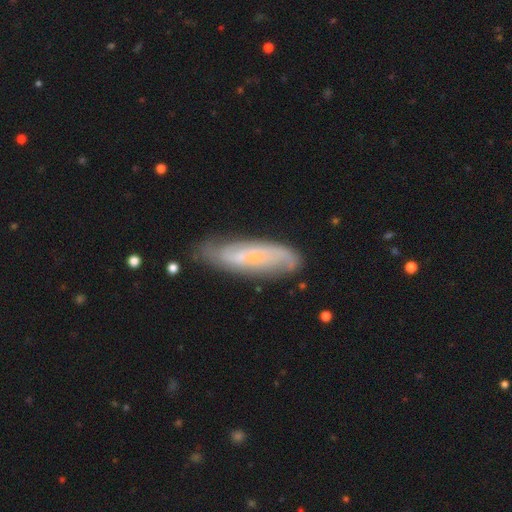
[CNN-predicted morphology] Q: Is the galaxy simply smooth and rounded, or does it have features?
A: featured or disk — 61%.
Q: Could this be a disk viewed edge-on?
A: no — 77%.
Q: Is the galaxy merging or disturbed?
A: none — 74%.